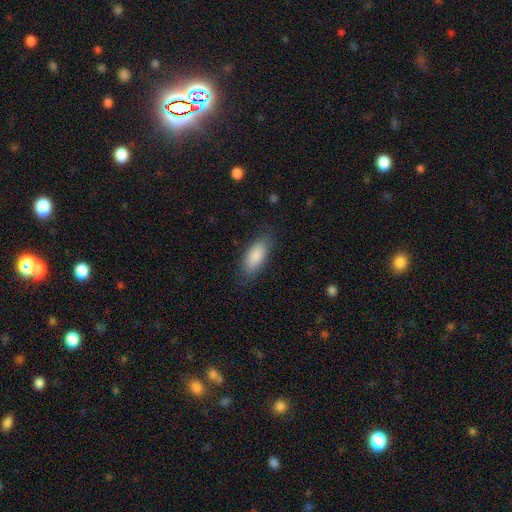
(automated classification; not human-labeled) The model was most divided on "merging": none: 80%, minor disturbance: 14%, major disturbance: 4%, merger: 1%. More confident: smooth or featured — smooth (87%); how rounded — in between (86%).